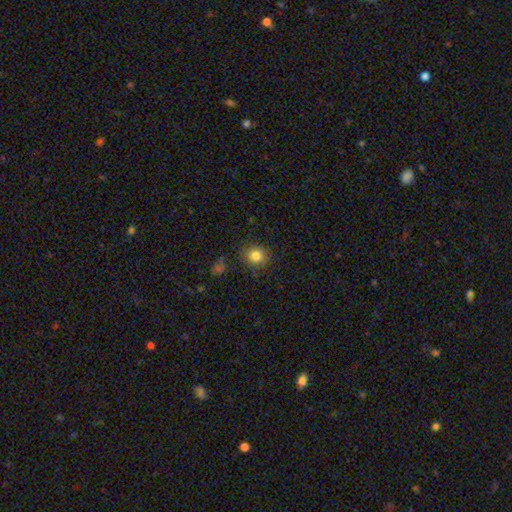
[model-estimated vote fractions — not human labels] The model was most divided on "smooth or featured": smooth: 84%, star or artifact: 11%, featured or disk: 6%. More confident: how rounded — round (87%); merging — none (86%).